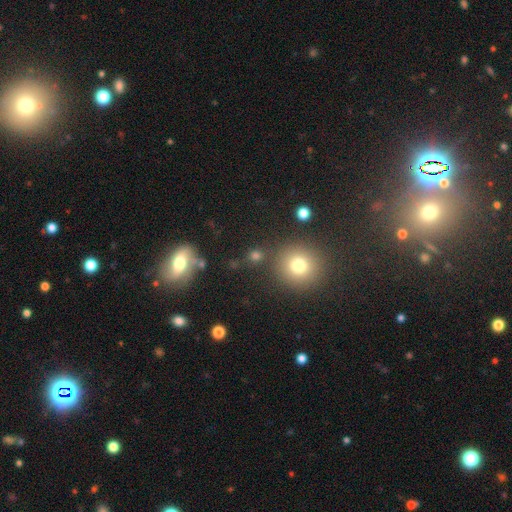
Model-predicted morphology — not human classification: Smooth or featured: smooth — 66% (star or artifact — 23%)
How rounded: round — 79% (in between — 18%)
Merging: none — 76% (minor disturbance — 10%)